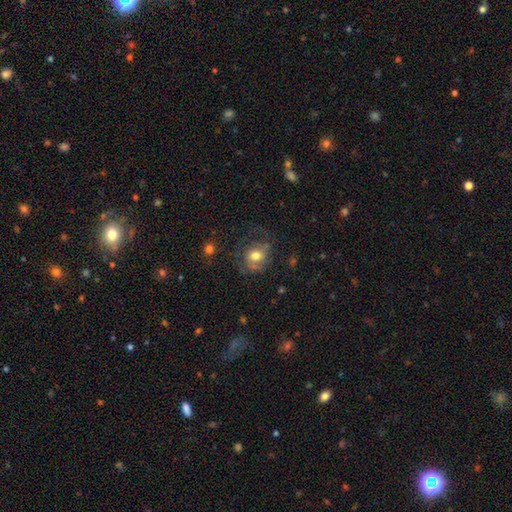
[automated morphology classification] A smooth galaxy with no disk features (59%) that is round (69%).

Vote fractions:
- Smooth or featured? smooth: 59% / featured or disk: 32% / star or artifact: 9%
- How rounded? round: 69% / in between: 30% / cigar-shaped: 1%
- Merging? none: 51% / major disturbance: 25% / minor disturbance: 22% / merger: 2%